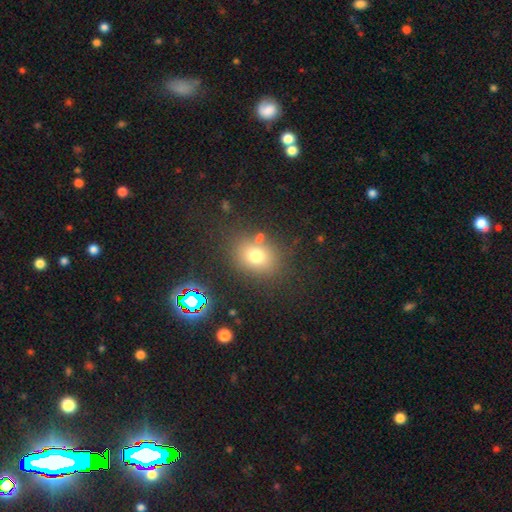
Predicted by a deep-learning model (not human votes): Smooth or featured? smooth (73%)
How rounded? in between (51%)
Merging? none (76%)